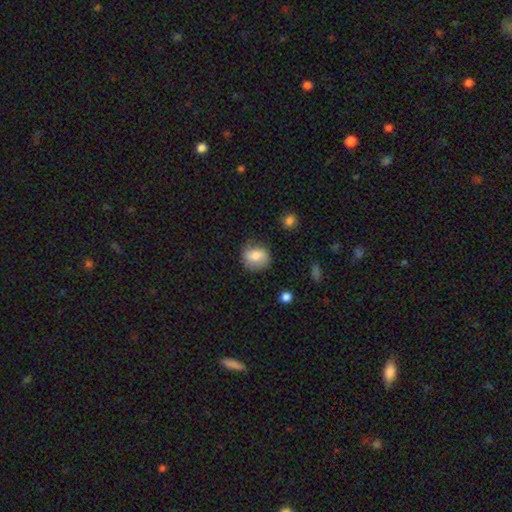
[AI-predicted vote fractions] Morphology: type=smooth (72%); roundness=round (69%); merging=none (71%).